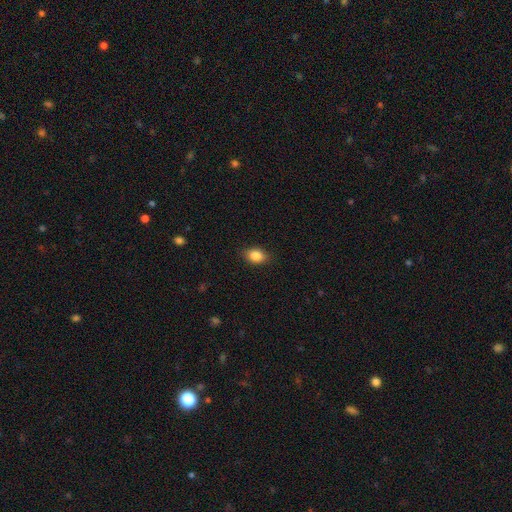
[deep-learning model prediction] Smooth or featured: smooth — 86% (star or artifact — 9%)
How rounded: in between — 75% (round — 23%)
Merging: none — 87% (minor disturbance — 10%)